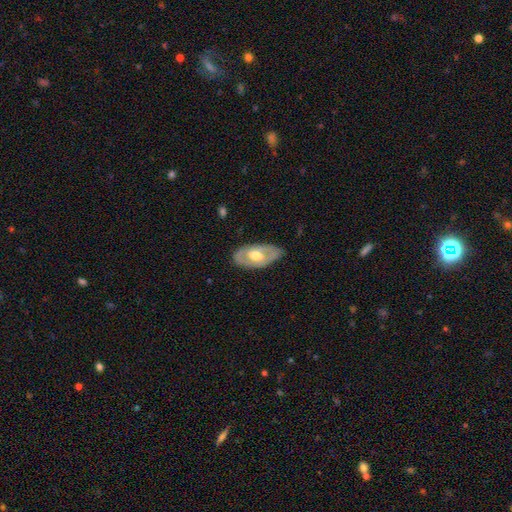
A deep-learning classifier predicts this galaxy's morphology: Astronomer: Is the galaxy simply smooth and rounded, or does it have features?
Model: featured or disk — 59% (runner-up: smooth, 36%).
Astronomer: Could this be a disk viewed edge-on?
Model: no — 87%.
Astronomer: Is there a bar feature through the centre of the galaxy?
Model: no — 61%.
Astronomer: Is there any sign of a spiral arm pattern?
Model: no — 67%.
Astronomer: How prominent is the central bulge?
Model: moderate — 69%.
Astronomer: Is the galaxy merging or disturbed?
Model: none — 79%.